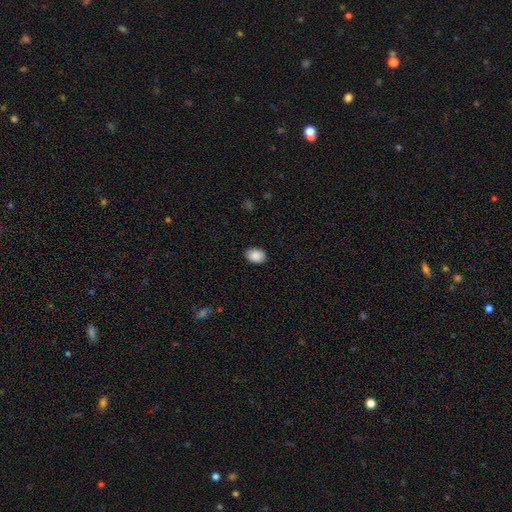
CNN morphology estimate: Smooth or featured? Predicted: smooth (p=0.89). How rounded? Predicted: in between (p=0.76). Merging? Predicted: none (p=0.87).